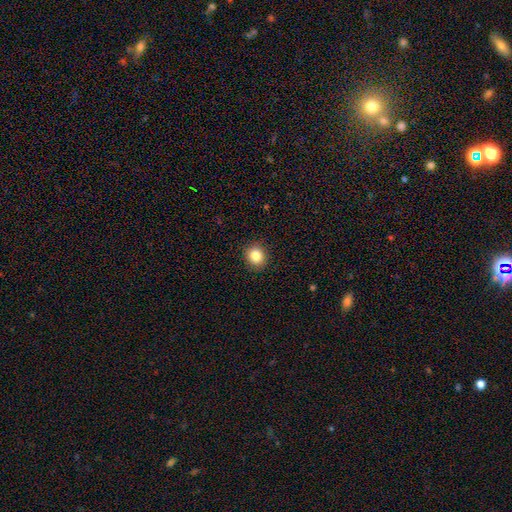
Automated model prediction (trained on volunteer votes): Smooth or featured?
  - smooth: 85% *
  - star or artifact: 10%
  - featured or disk: 5%
How rounded?
  - round: 81% *
  - in between: 18%
  - cigar-shaped: 1%
Merging?
  - none: 91% *
  - minor disturbance: 6%
  - major disturbance: 2%
  - merger: 1%